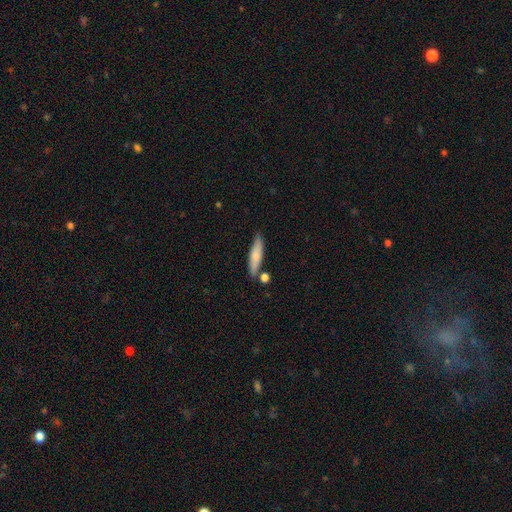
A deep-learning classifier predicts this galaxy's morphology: This is likely a smooth galaxy (71%). How rounded: likely cigar-shaped (72%). Merging: likely none (72%).